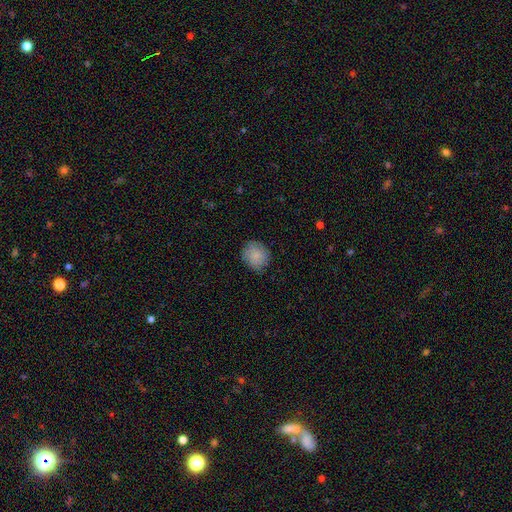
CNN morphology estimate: A smooth galaxy with no disk features (82%) that is round (82%).

Vote fractions:
- Smooth or featured? smooth: 82% / featured or disk: 10% / star or artifact: 7%
- How rounded? round: 82% / in between: 17% / cigar-shaped: 1%
- Merging? none: 79% / minor disturbance: 17% / major disturbance: 3% / merger: 1%